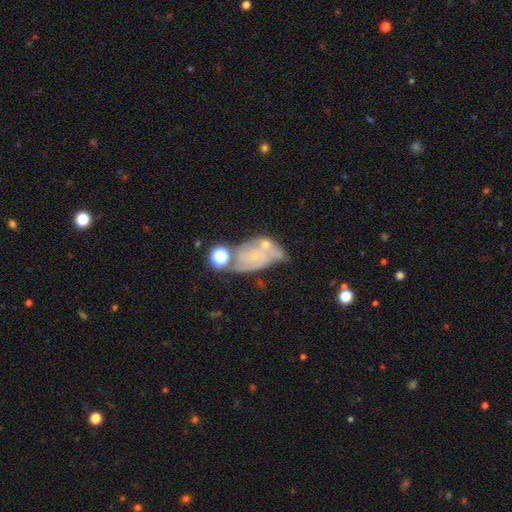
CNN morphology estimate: featured or disk 58%, smooth 26%, star or artifact 15%. Down the decision tree: edge-on disk — no (94%); bar — no (75%); spiral arms — yes (69%); bulge size — small (73%); merging — none (38%).